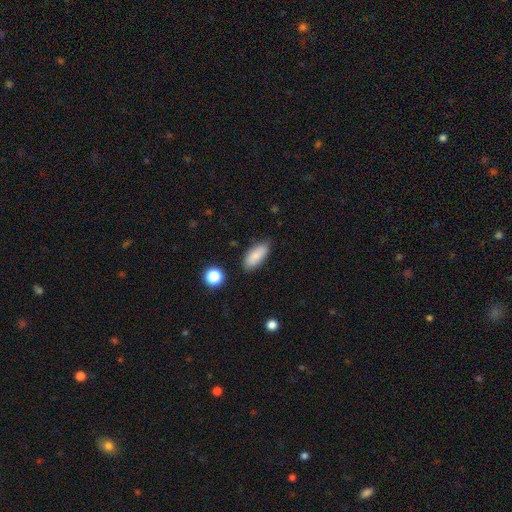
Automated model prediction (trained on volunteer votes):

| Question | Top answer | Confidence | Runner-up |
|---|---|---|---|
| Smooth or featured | smooth | 83% | featured or disk (9%) |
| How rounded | in between | 86% | cigar-shaped (12%) |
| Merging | none | 79% | minor disturbance (15%) |